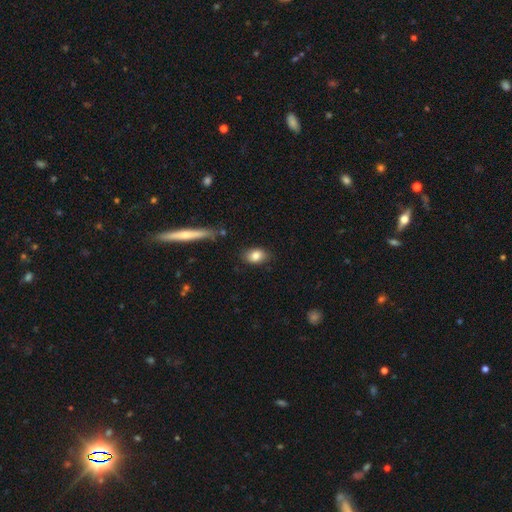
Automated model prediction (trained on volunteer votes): Smooth or featured: smooth — 83% (featured or disk — 9%)
How rounded: in between — 81% (round — 16%)
Merging: none — 83% (minor disturbance — 12%)